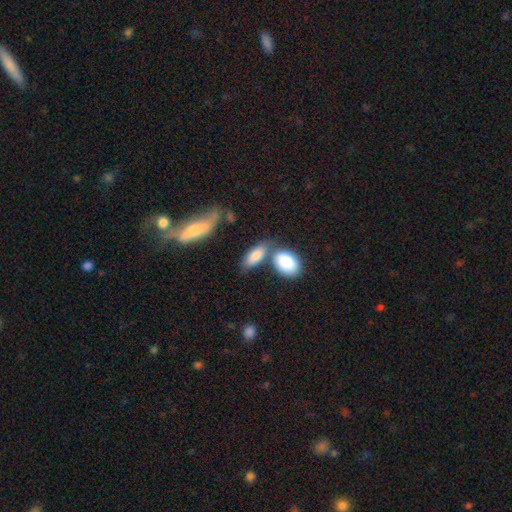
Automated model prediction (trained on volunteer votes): Smooth or featured: smooth — 83% (featured or disk — 11%)
How rounded: in between — 82% (cigar-shaped — 14%)
Merging: none — 47% (merger — 34%)